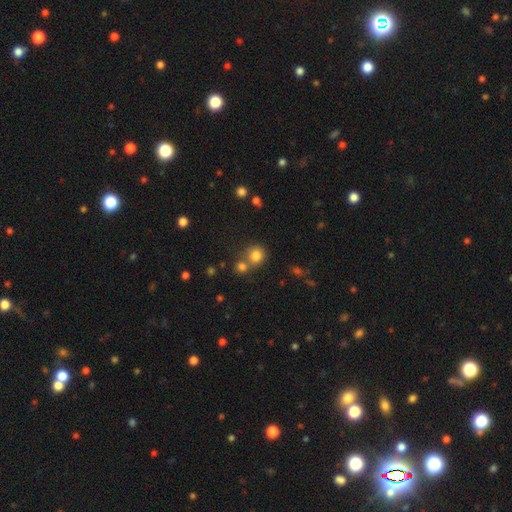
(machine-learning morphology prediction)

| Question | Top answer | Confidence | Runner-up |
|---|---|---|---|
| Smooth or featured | smooth | 80% | star or artifact (13%) |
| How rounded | round | 85% | in between (14%) |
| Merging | none | 57% | merger (31%) |